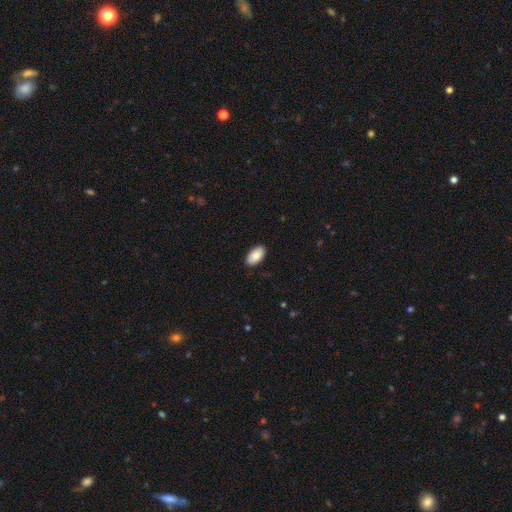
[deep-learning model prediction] Q: Smooth or featured?
A: smooth (85%); runner-up: featured or disk (9%)
Q: How rounded?
A: in between (96%); runner-up: round (3%)
Q: Merging?
A: none (89%); runner-up: minor disturbance (8%)